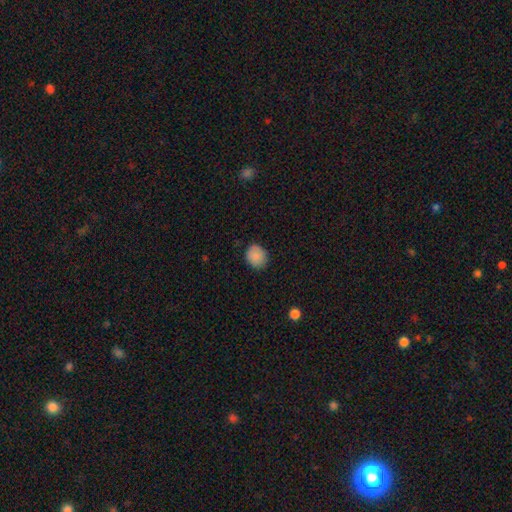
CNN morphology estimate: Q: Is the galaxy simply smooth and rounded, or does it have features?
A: smooth — 88%.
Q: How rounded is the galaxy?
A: round — 70%.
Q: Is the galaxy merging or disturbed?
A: none — 83%.